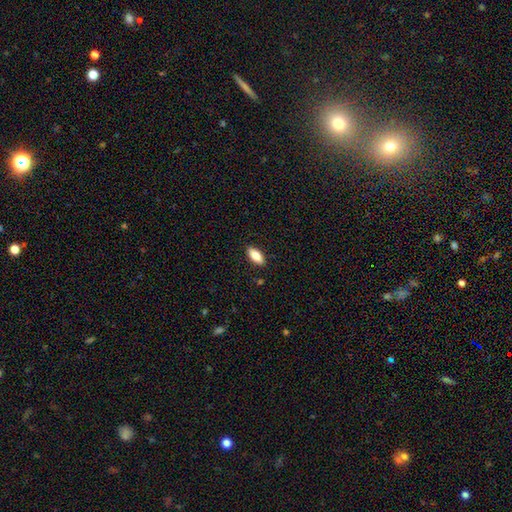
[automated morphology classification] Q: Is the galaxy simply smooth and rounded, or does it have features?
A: smooth — 78%.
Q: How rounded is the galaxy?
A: in between — 86%.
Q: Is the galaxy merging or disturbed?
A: none — 89%.